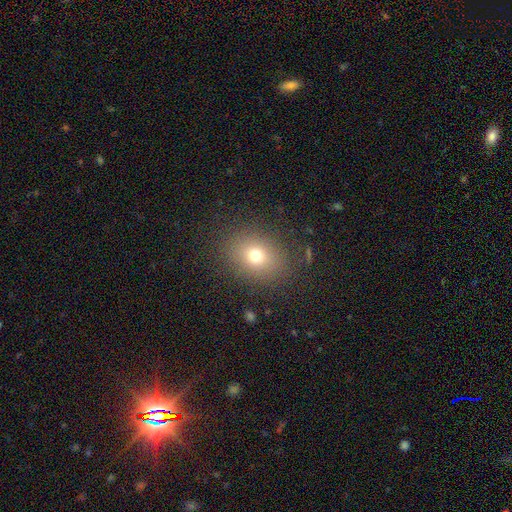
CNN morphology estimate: A smooth galaxy with no disk features (72%) that is round (55%).

Vote fractions:
- Smooth or featured? smooth: 72% / star or artifact: 17% / featured or disk: 12%
- How rounded? round: 55% / in between: 44% / cigar-shaped: 1%
- Merging? none: 85% / minor disturbance: 9% / major disturbance: 5% / merger: 1%